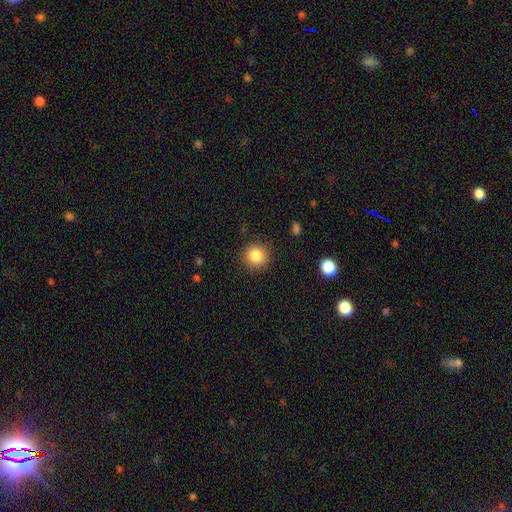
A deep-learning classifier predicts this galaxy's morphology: This appears to be a smooth galaxy with no disk features (84%) that is round (91%). Merging: none (88%).